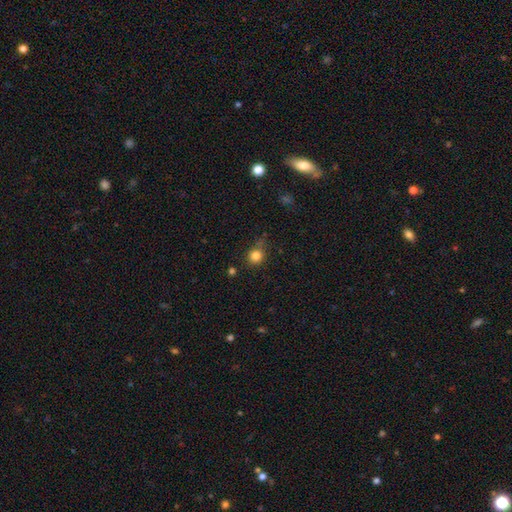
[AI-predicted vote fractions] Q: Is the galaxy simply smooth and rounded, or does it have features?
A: smooth — 82%.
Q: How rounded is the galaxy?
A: round — 86%.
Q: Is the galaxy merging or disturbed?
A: none — 69%.